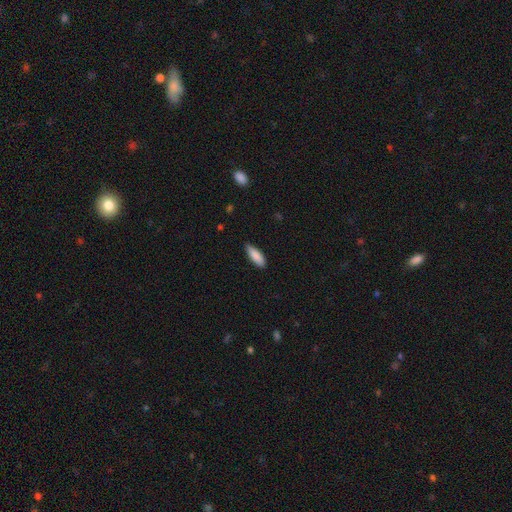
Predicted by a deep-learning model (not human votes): Morphology: type=smooth (88%); roundness=in between (62%); merging=none (80%).